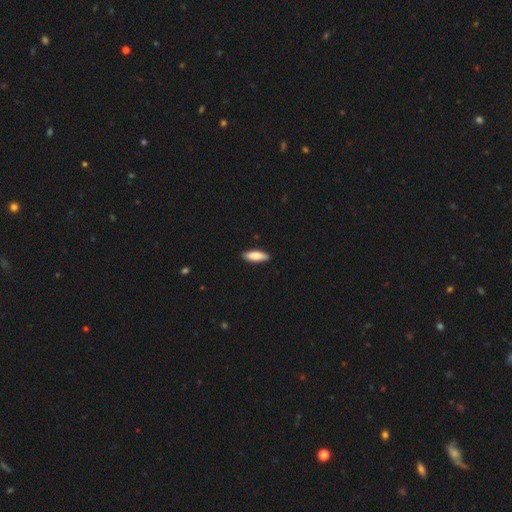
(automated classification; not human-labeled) smooth 84%, featured or disk 11%, star or artifact 5%. Down the decision tree: how rounded — in between (59%); merging — none (88%).